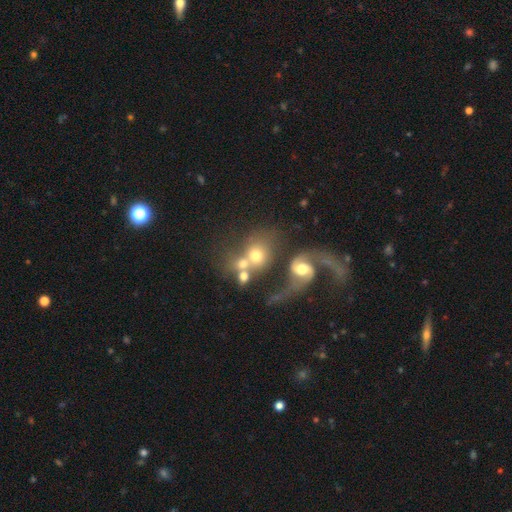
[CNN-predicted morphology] Smooth or featured: smooth — 45% (featured or disk — 44%)
Merging: merger — 53% (none — 25%)